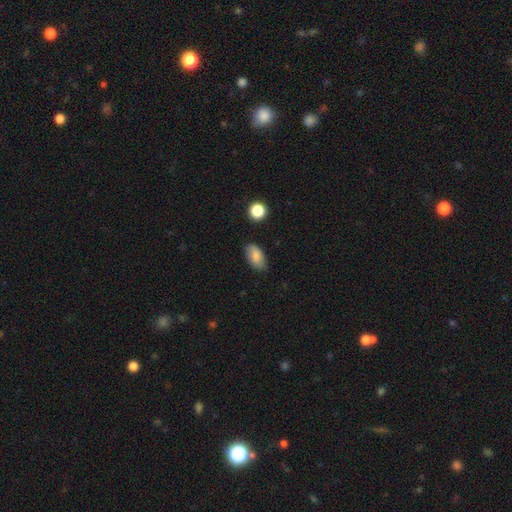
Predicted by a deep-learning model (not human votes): smooth 80%, featured or disk 12%, star or artifact 8%. Down the decision tree: how rounded — in between (93%); merging — none (79%).